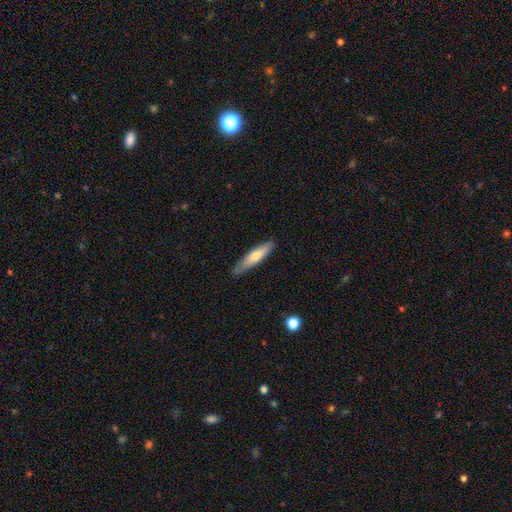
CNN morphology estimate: Smooth or featured? Predicted: smooth (p=0.62). How rounded? Predicted: cigar-shaped (p=0.83). Merging? Predicted: none (p=0.81).